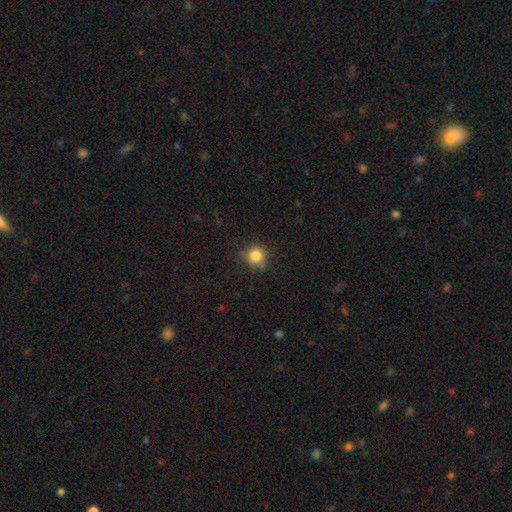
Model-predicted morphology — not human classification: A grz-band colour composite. It shows a smooth galaxy with no disk features (83%) that is round (92%). Merging: none (79%).